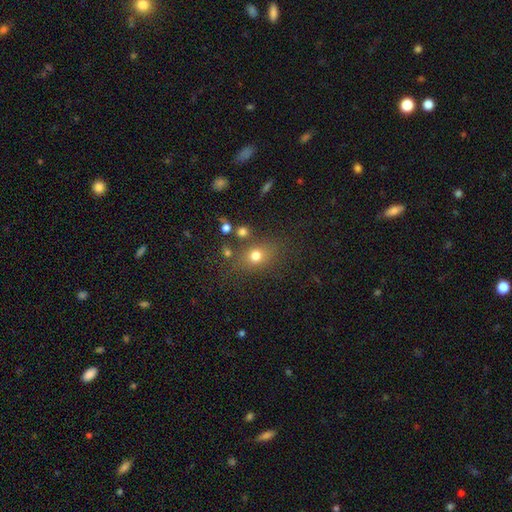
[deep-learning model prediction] smooth-or-featured: smooth: 72% | star or artifact: 16% | featured or disk: 11%
  how-rounded: round: 49% | in between: 48% | cigar-shaped: 3%
  merging: none: 72% | minor disturbance: 15% | major disturbance: 7% | merger: 7%